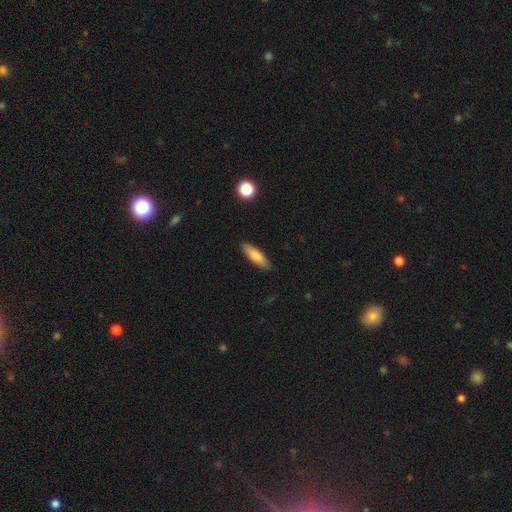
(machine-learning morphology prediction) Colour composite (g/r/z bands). It shows a smooth galaxy with no disk features (79%) that is cigar-shaped (60%). Merging: none (88%).